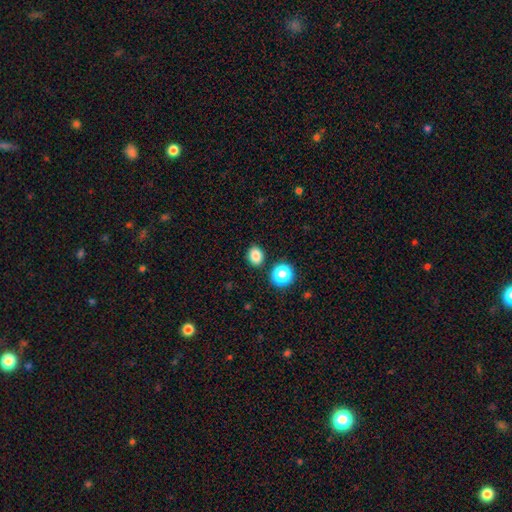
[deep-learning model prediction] Morphology: type=smooth (83%); roundness=round (56%); merging=none (85%).